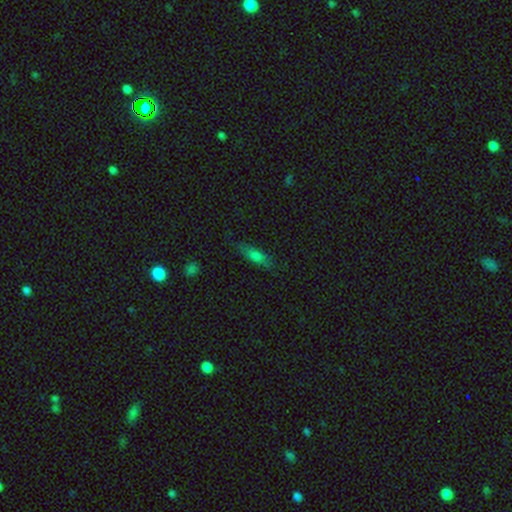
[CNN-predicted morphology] Smooth or featured? Predicted: smooth (p=0.71). How rounded? Predicted: in between (p=0.52). Merging? Predicted: none (p=0.76).